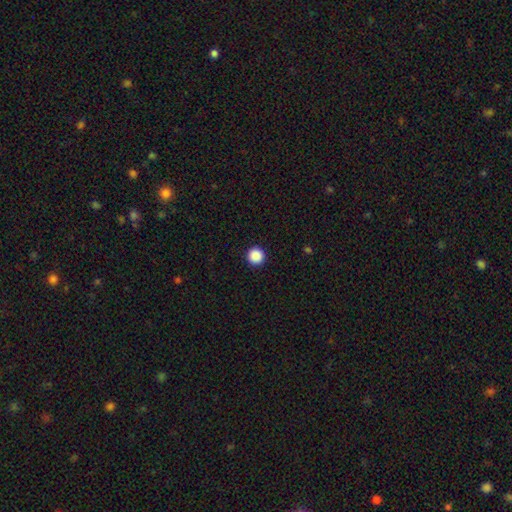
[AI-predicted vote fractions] Q: Smooth or featured?
A: smooth (89%); runner-up: star or artifact (9%)
Q: How rounded?
A: round (97%); runner-up: in between (3%)
Q: Merging?
A: none (94%); runner-up: minor disturbance (4%)